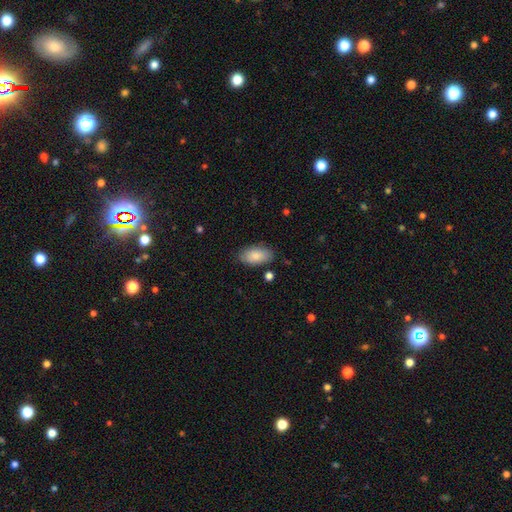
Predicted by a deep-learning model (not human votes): smooth_or_featured: smooth (p=0.86) [alt: featured or disk p=0.08]
how_rounded: in between (p=0.94) [alt: round p=0.03]
merging: none (p=0.82) [alt: minor disturbance p=0.13]